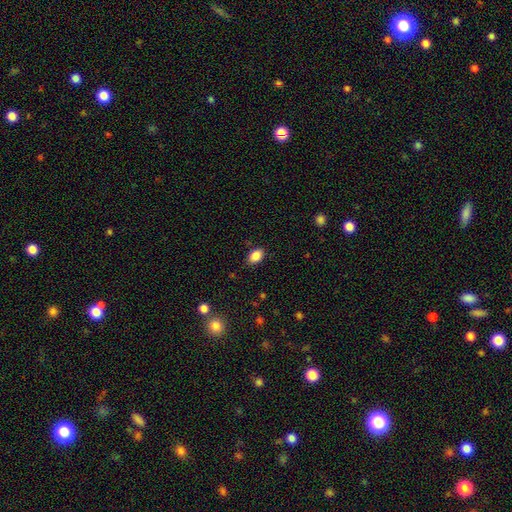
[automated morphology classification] Smooth or featured?
  - smooth: 87% *
  - star or artifact: 9%
  - featured or disk: 4%
How rounded?
  - in between: 87% *
  - round: 11%
  - cigar-shaped: 2%
Merging?
  - none: 85% *
  - minor disturbance: 11%
  - major disturbance: 3%
  - merger: 1%